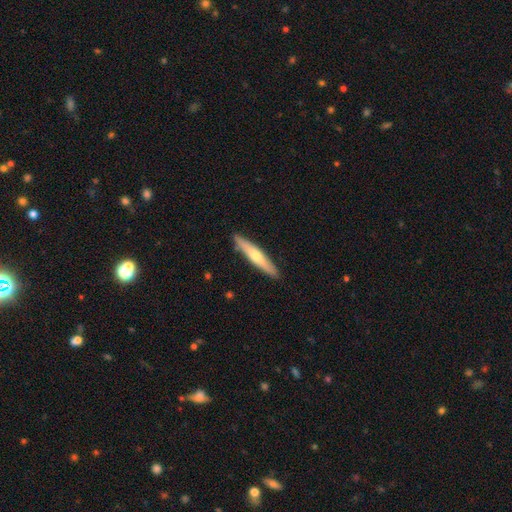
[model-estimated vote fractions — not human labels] Q: Smooth or featured?
A: smooth (51%); runner-up: featured or disk (44%)
Q: How rounded?
A: cigar-shaped (90%); runner-up: in between (9%)
Q: Merging?
A: none (89%); runner-up: minor disturbance (8%)